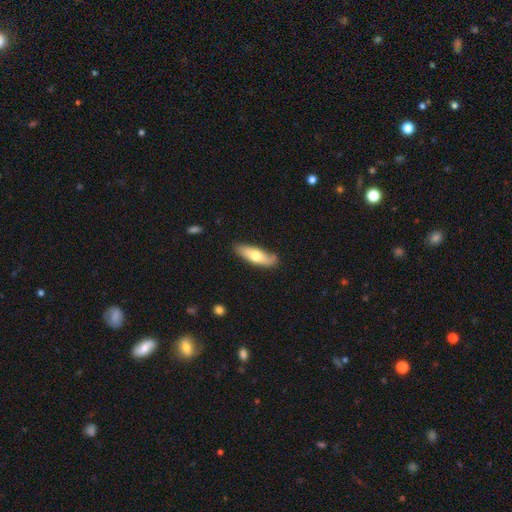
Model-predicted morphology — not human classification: smooth 63%, featured or disk 32%, star or artifact 6%. Down the decision tree: how rounded — in between (50%); merging — none (79%).